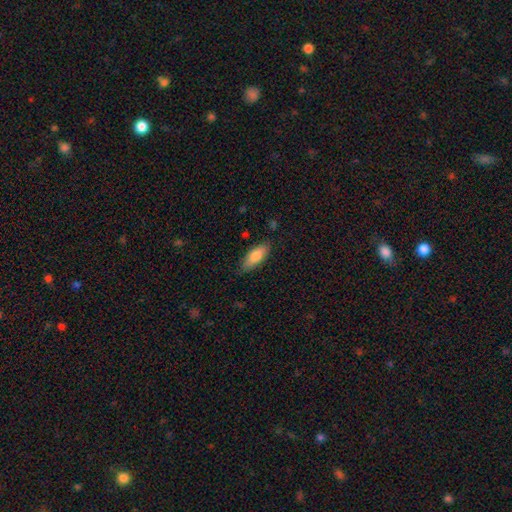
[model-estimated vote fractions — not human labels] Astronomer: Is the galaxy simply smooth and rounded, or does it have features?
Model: smooth — 81%.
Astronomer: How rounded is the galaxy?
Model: in between — 74%.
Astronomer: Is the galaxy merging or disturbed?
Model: none — 82%.